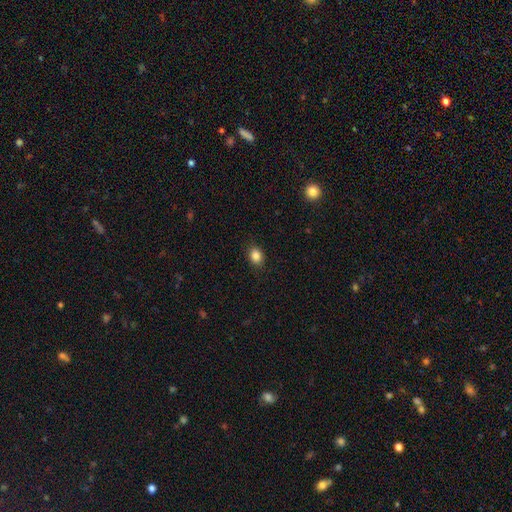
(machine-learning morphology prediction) Q: Smooth or featured?
A: smooth (86%); runner-up: star or artifact (10%)
Q: How rounded?
A: in between (60%); runner-up: round (39%)
Q: Merging?
A: none (88%); runner-up: minor disturbance (9%)